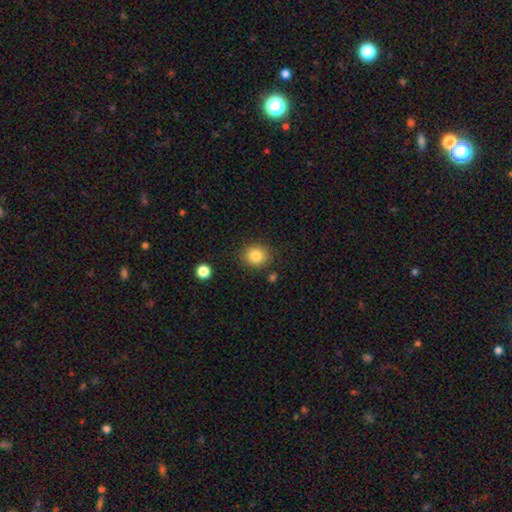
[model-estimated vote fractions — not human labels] Q: Smooth or featured?
A: smooth (83%); runner-up: star or artifact (10%)
Q: How rounded?
A: round (77%); runner-up: in between (22%)
Q: Merging?
A: none (85%); runner-up: minor disturbance (9%)